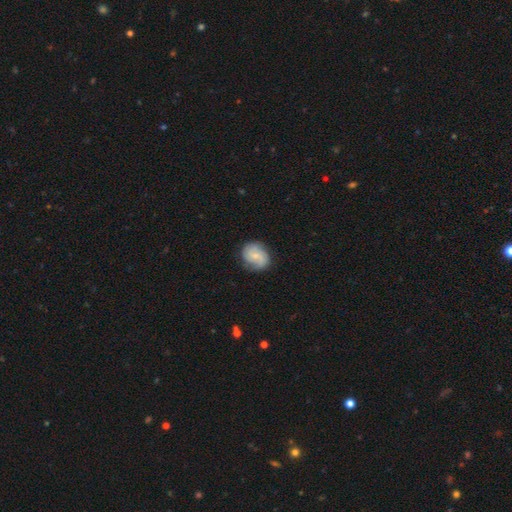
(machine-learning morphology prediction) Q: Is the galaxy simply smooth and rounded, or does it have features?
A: featured or disk — 54%.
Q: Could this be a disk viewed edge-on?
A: no — 98%.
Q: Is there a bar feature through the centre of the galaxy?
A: no — 57%.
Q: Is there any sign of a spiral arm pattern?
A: yes — 90%.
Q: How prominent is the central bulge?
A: small — 65%.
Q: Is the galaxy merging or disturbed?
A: none — 74%.